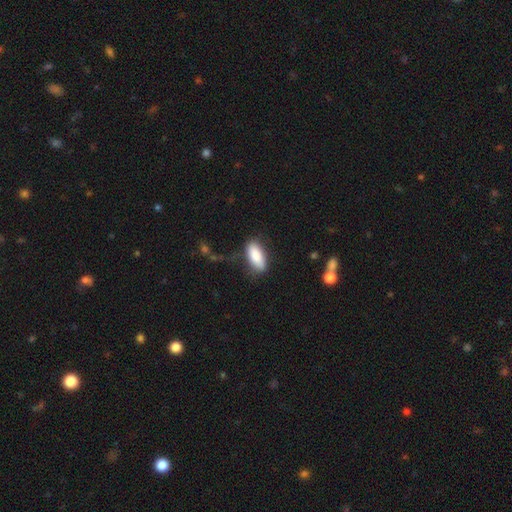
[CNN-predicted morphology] Q: Smooth or featured?
A: smooth (85%); runner-up: featured or disk (8%)
Q: How rounded?
A: in between (83%); runner-up: cigar-shaped (15%)
Q: Merging?
A: none (71%); runner-up: minor disturbance (20%)